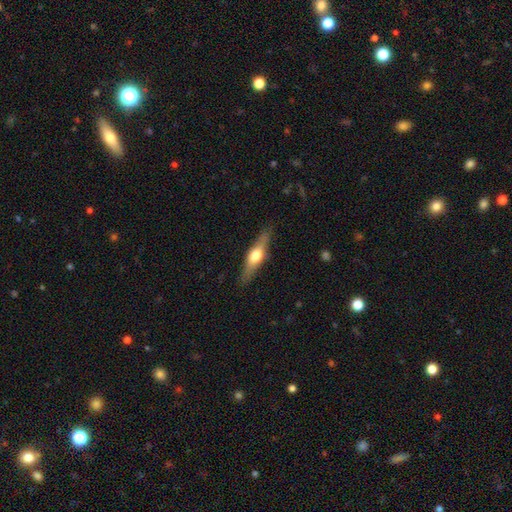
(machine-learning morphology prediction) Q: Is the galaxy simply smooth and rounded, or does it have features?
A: featured or disk — 60%.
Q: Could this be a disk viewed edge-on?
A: yes — 95%.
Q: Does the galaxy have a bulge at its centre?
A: rounded — 93%.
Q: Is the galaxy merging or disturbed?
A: none — 87%.